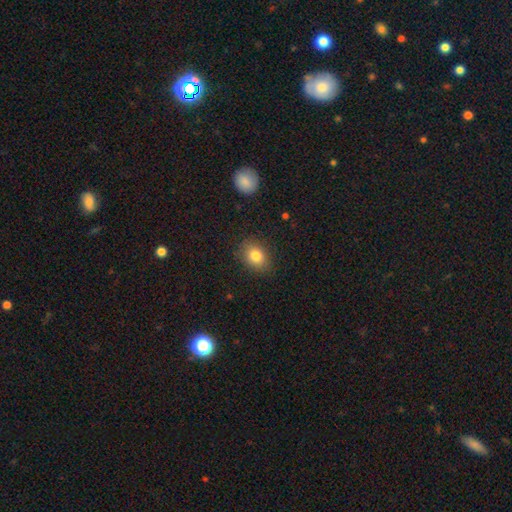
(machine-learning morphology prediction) This appears to be a smooth galaxy with no disk features (81%) that is in between round and cigar-shaped (61%). Merging: none (85%).